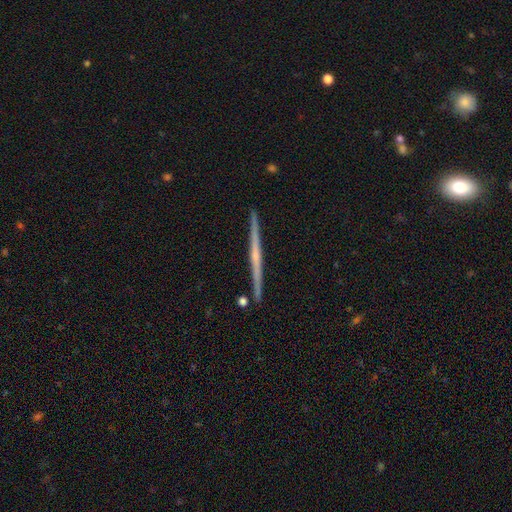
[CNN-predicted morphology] smooth_or_featured: featured or disk (p=0.75) [alt: smooth p=0.19]
disk_edge_on: yes (p=0.99) [alt: no p=0.01]
edge_on_bulge: none (p=0.49) [alt: rounded p=0.44]
merging: none (p=0.92) [alt: minor disturbance p=0.05]